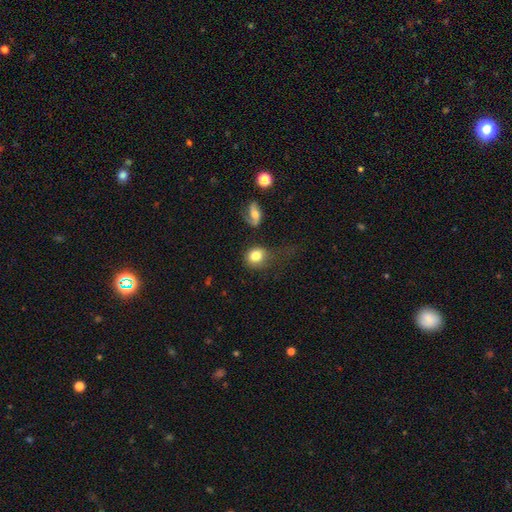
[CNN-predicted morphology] type=smooth (80%); roundness=round (66%); merging=none (51%).